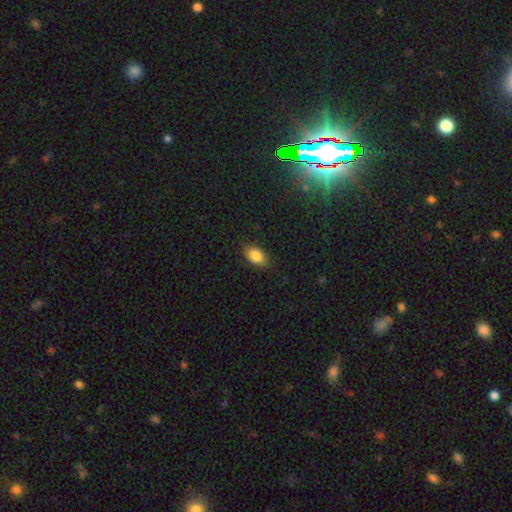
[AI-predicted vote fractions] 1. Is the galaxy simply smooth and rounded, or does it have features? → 86% smooth, 8% star or artifact, 7% featured or disk.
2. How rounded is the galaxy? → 88% in between, 10% round, 2% cigar-shaped.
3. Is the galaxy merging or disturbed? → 86% none, 11% minor disturbance, 2% major disturbance, 1% merger.